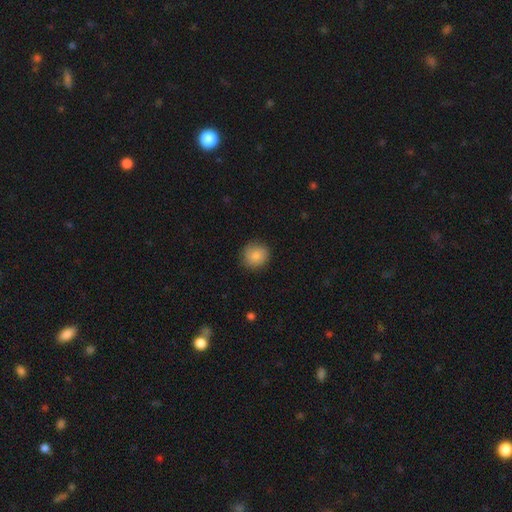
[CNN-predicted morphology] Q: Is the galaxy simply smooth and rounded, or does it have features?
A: smooth — 84%.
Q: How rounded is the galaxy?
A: round — 87%.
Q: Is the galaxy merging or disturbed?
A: none — 82%.